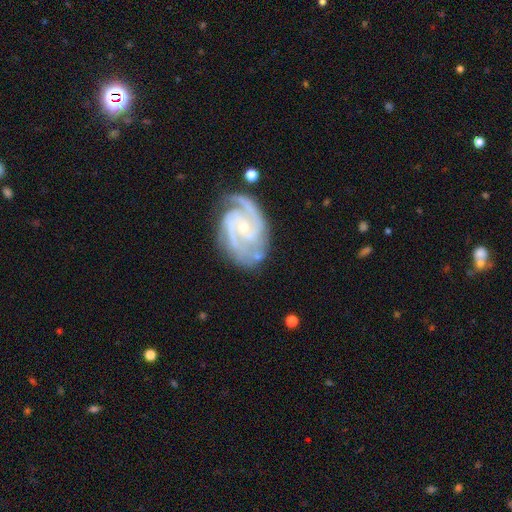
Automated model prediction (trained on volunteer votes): Q: Smooth or featured?
A: featured or disk (92%); runner-up: star or artifact (4%)
Q: Edge-on disk?
A: no (98%); runner-up: yes (2%)
Q: Bar?
A: no (56%); runner-up: weak (34%)
Q: Spiral arms?
A: yes (98%); runner-up: no (2%)
Q: Spiral winding?
A: tight (48%); runner-up: medium (45%)
Q: Spiral arm count?
A: 2 (64%); runner-up: 3 (21%)
Q: Bulge size?
A: small (65%); runner-up: moderate (32%)
Q: Merging?
A: none (71%); runner-up: minor disturbance (19%)